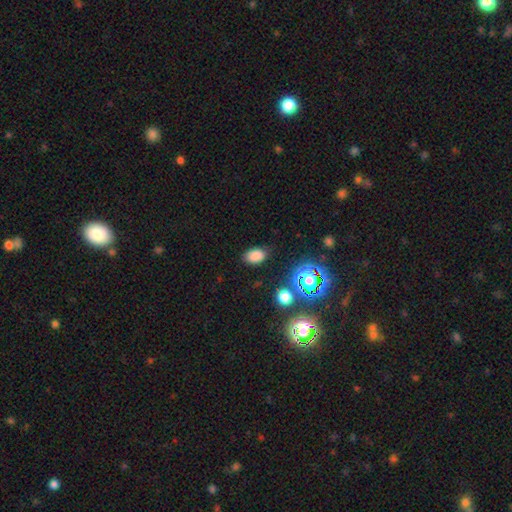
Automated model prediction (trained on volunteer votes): A smooth galaxy with no disk features (78%) that is in between round and cigar-shaped (87%). Merging: none (82%).